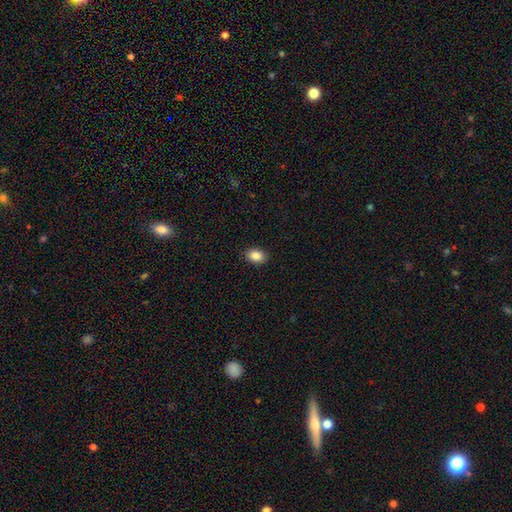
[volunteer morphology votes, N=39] Smooth or featured: smooth — 87% (star or artifact — 10%)
How rounded: in between — 79% (round — 21%)
Merging: none — 94% (minor disturbance — 6%)